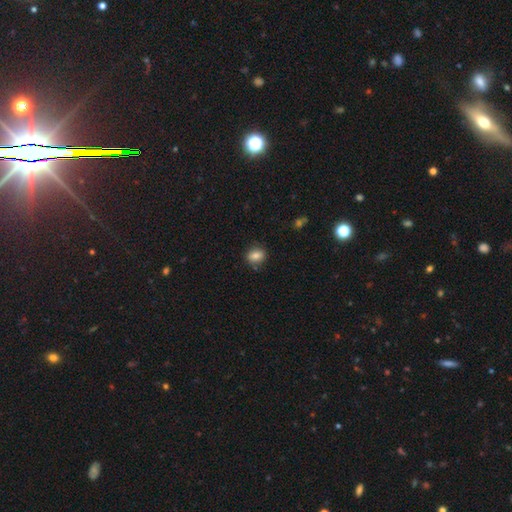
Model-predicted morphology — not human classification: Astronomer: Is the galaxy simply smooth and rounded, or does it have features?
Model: smooth — 81%.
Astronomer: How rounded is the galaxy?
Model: in between — 55% (runner-up: round, 43%).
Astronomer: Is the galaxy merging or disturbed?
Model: none — 79%.